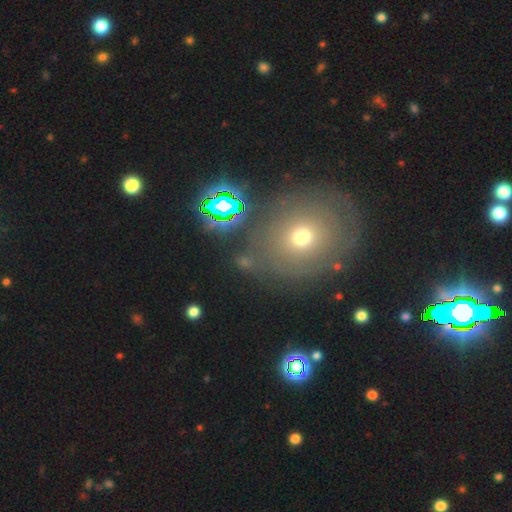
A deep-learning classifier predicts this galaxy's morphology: The model was most divided on "smooth or featured": star or artifact: 41%, smooth: 37%, featured or disk: 22%.